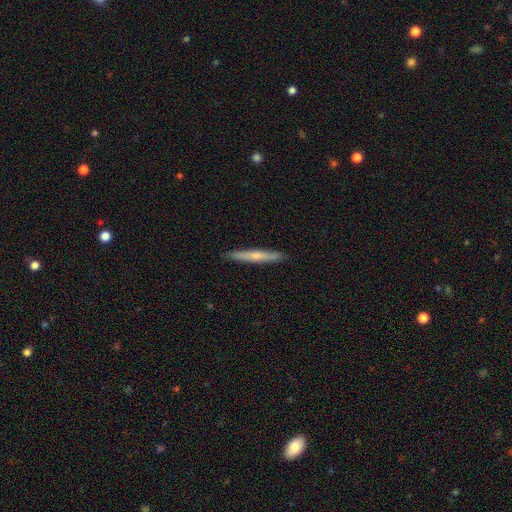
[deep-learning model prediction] A smooth galaxy with no disk features (55%) that is cigar-shaped (96%).

Vote fractions:
- Smooth or featured? smooth: 55% / featured or disk: 39% / star or artifact: 6%
- How rounded? cigar-shaped: 96% / in between: 3% / round: 1%
- Merging? none: 91% / minor disturbance: 7% / major disturbance: 1% / merger: 1%